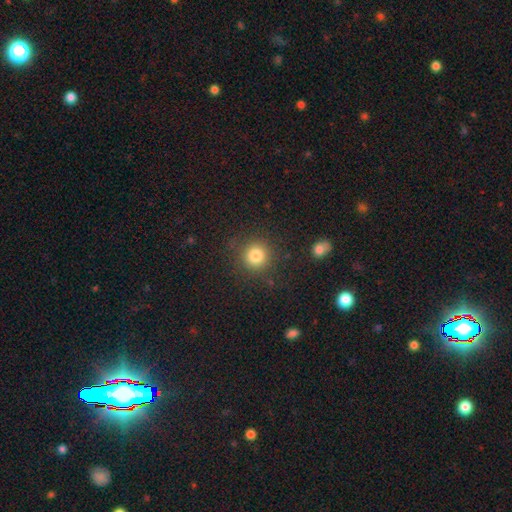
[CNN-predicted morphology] The model was most divided on "smooth or featured": smooth: 82%, star or artifact: 12%, featured or disk: 6%. More confident: how rounded — round (93%); merging — none (87%).